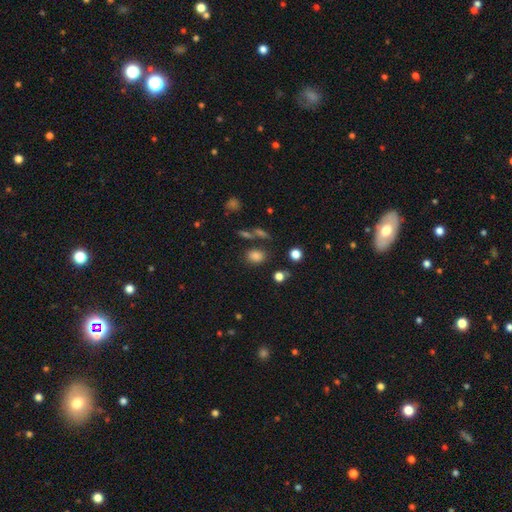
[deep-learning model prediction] Overall: smooth (80%). How rounded: in between (59%; round 39%). Merging: none (74%).